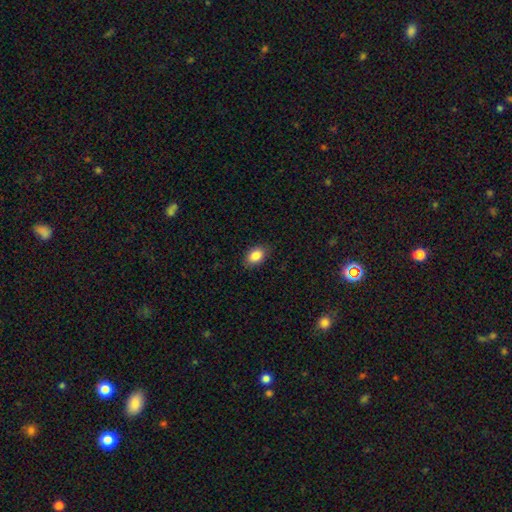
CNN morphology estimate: The model was most divided on "how rounded": in between: 85%, round: 14%, cigar-shaped: 1%. More confident: smooth or featured — smooth (87%); merging — none (86%).